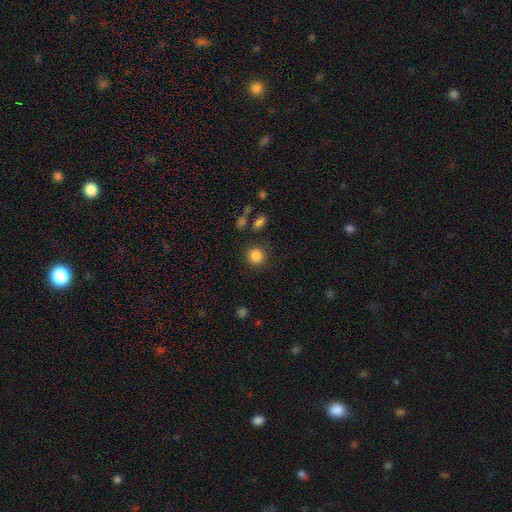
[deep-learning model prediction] A smooth galaxy with no disk features (86%) that is round (91%). Merging: none (85%).